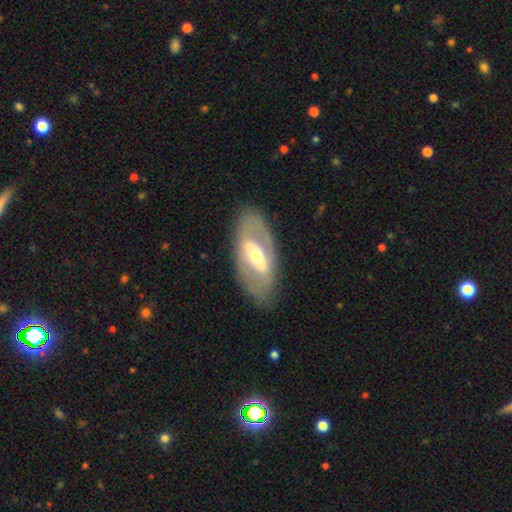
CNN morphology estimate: Smooth or featured: featured or disk — 71% (smooth — 24%)
Edge-on disk: no — 87% (yes — 13%)
Bar: strong — 53% (weak — 30%)
Spiral arms: no — 62% (yes — 38%)
Bulge size: moderate — 63% (small — 26%)
Merging: none — 83% (minor disturbance — 11%)